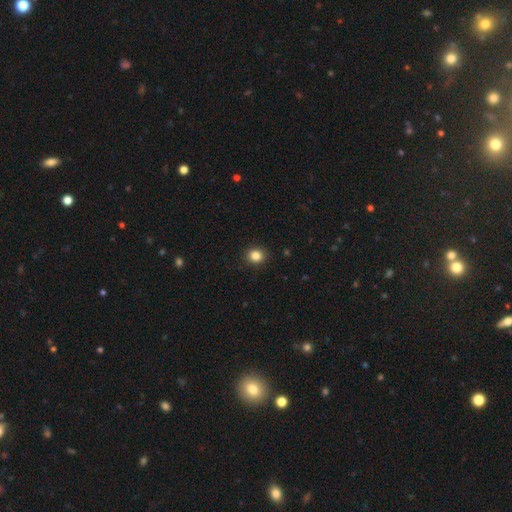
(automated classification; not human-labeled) Smooth or featured: smooth — 84% (star or artifact — 11%)
How rounded: round — 77% (in between — 22%)
Merging: none — 91% (minor disturbance — 6%)